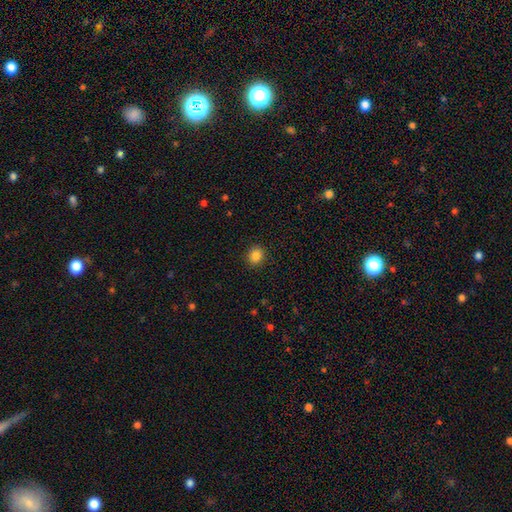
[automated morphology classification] The model was most divided on "how rounded": round: 71%, in between: 28%, cigar-shaped: 1%. More confident: merging — none (90%); smooth or featured — smooth (86%).